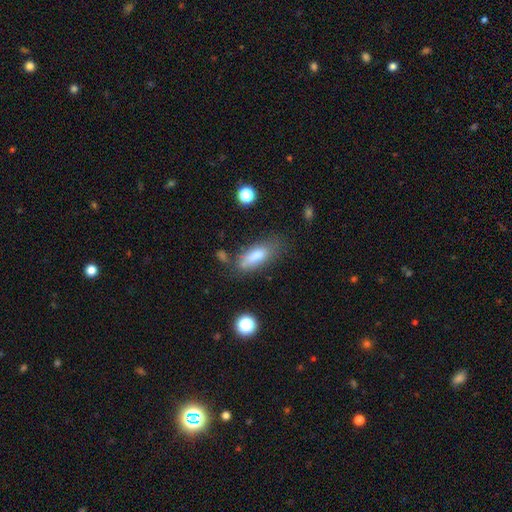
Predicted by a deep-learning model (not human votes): Smooth or featured? Predicted: smooth (p=0.76). How rounded? Predicted: in between (p=0.71). Merging? Predicted: none (p=0.61).